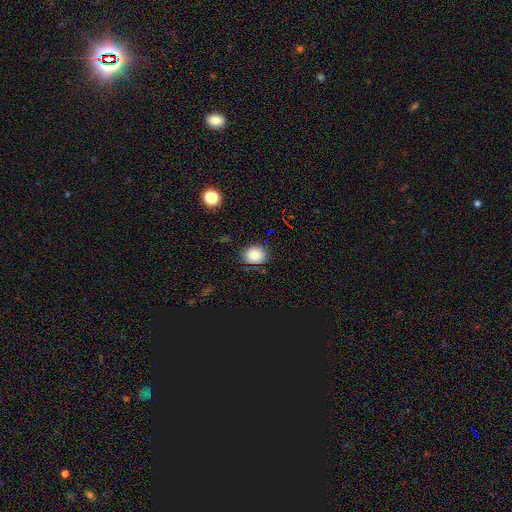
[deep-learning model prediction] The model was most divided on "how rounded": round: 77%, in between: 22%, cigar-shaped: 1%. More confident: merging — none (85%); smooth or featured — smooth (81%).